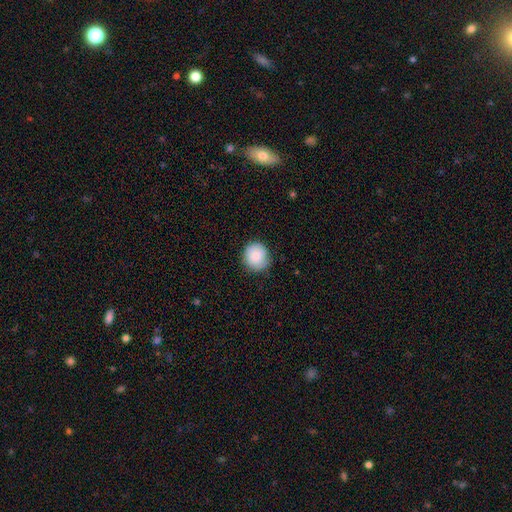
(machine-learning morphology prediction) A smooth galaxy with no disk features (86%) that is round (90%). Merging: none (81%).